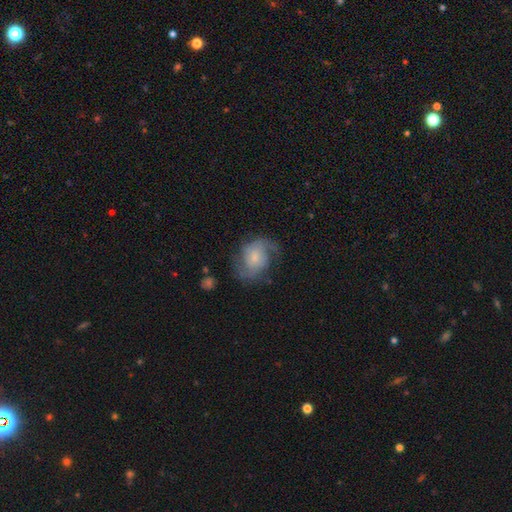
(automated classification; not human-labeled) Overall: featured or disk (70%). Edge-on disk: no (98%). Bar: no (62%; weak 33%). Spiral arms: yes (91%). Spiral arm count: 2 (67%). Spiral winding: medium (48%; loose 28%). Bulge size: small (53%; moderate 25%). Merging: none (61%; minor disturbance 22%).